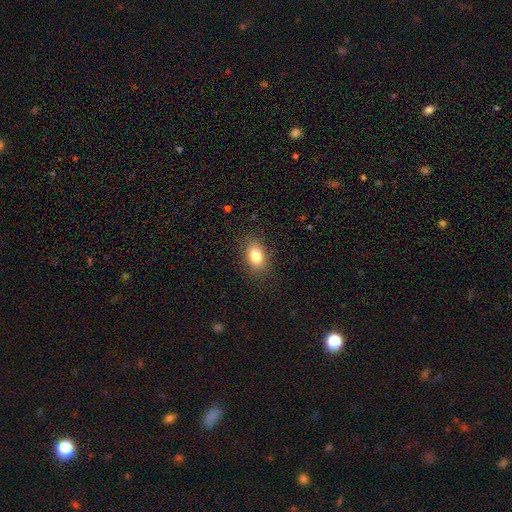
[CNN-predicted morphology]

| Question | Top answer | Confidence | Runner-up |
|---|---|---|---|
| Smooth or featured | smooth | 81% | featured or disk (9%) |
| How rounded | in between | 82% | round (17%) |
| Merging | none | 86% | minor disturbance (10%) |